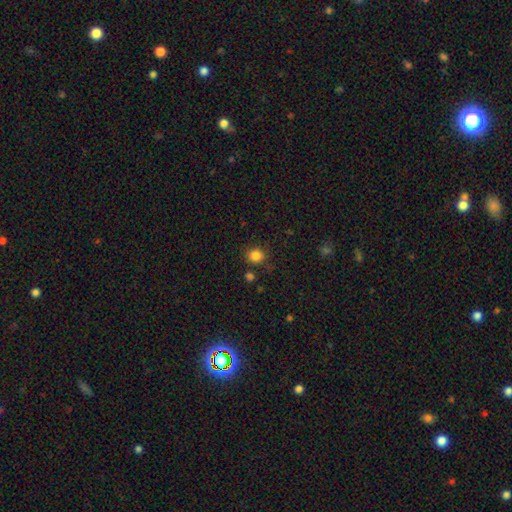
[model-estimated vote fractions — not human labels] This is clearly a smooth galaxy (84%). How rounded: clearly round (82%). Merging: clearly none (81%).